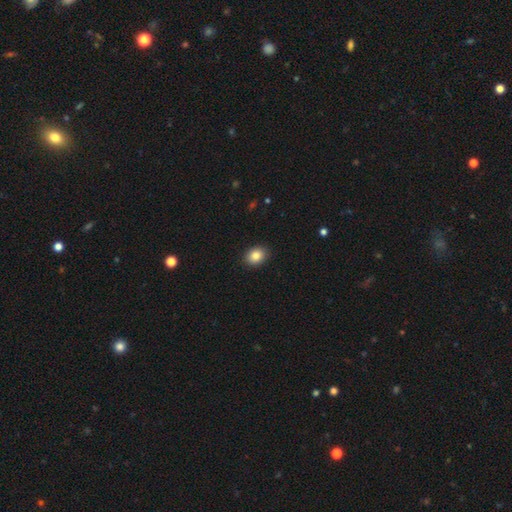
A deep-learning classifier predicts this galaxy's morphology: Smooth or featured? Predicted: smooth (p=0.84). How rounded? Predicted: in between (p=0.57). Merging? Predicted: none (p=0.91).